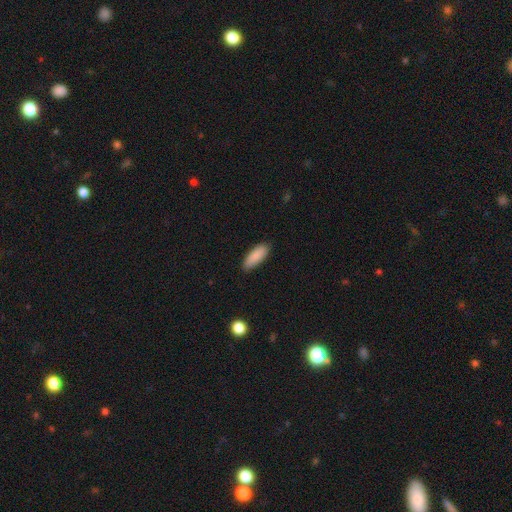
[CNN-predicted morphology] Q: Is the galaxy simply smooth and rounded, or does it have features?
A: smooth — 88%.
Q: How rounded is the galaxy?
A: in between — 71%.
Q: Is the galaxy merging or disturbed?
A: none — 85%.